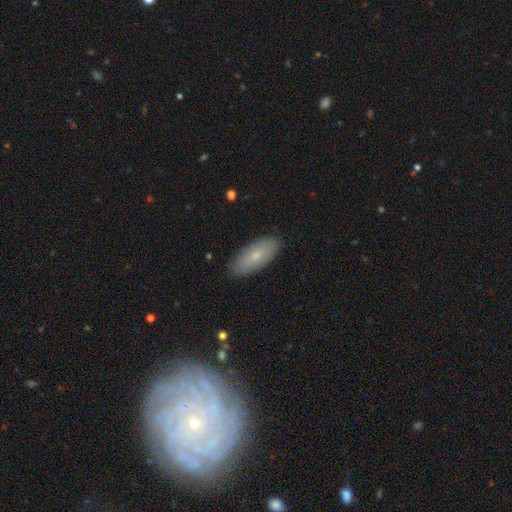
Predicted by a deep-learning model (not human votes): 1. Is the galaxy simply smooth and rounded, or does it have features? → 71% smooth, 22% featured or disk, 7% star or artifact.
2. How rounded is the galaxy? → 80% in between, 18% cigar-shaped, 2% round.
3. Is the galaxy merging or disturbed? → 87% none, 10% minor disturbance, 2% major disturbance, 1% merger.